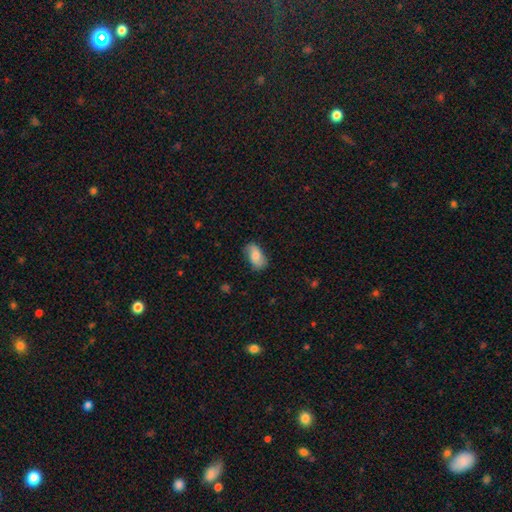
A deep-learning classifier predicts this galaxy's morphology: Smooth or featured: smooth — 74% (featured or disk — 19%)
How rounded: in between — 92% (round — 5%)
Merging: none — 72% (minor disturbance — 22%)